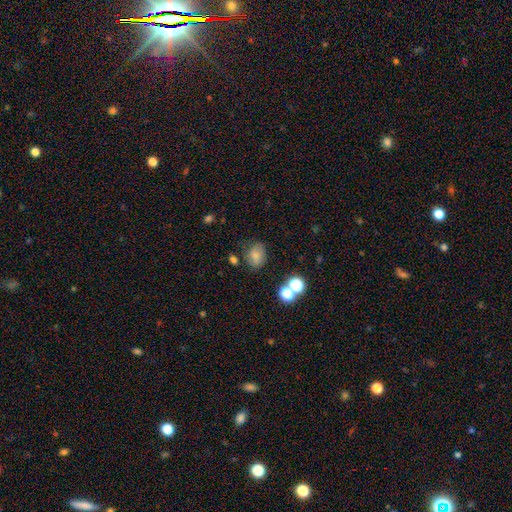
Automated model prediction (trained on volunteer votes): Smooth or featured: smooth — 70% (featured or disk — 15%)
How rounded: in between — 57% (round — 42%)
Merging: none — 64% (minor disturbance — 22%)